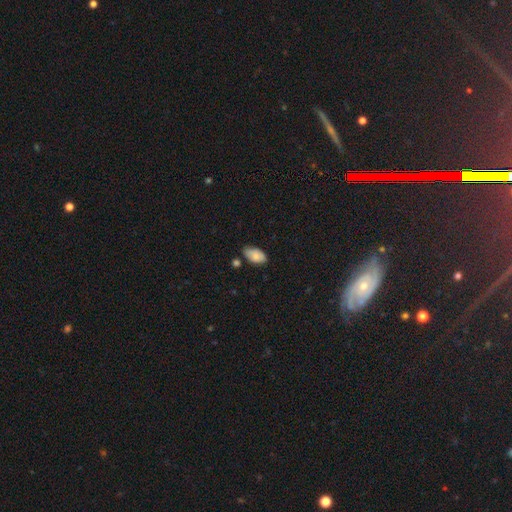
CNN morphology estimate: Overall: smooth (83%). How rounded: in between (94%). Merging: none (61%; minor disturbance 29%).